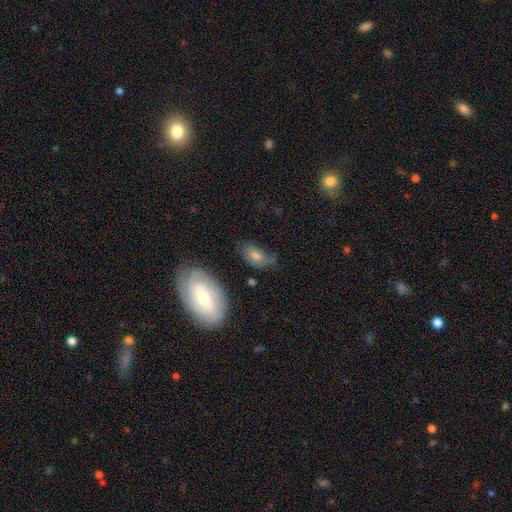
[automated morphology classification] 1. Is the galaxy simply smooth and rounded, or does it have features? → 53% smooth, 35% featured or disk, 11% star or artifact.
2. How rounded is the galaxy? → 85% in between, 11% round, 4% cigar-shaped.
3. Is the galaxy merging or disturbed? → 56% none, 26% minor disturbance, 13% major disturbance, 5% merger.